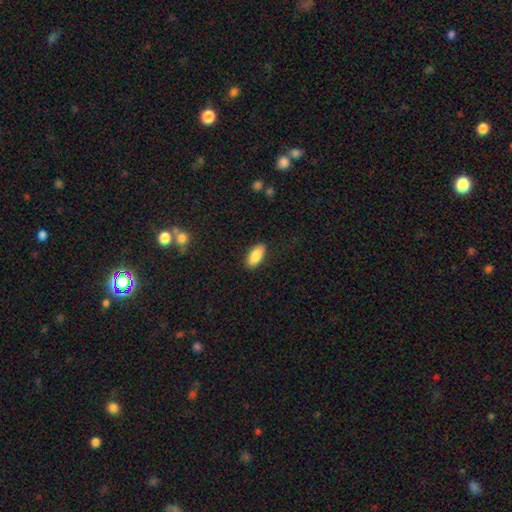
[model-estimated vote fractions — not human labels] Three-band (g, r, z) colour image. It shows a smooth galaxy with no disk features (87%) that is in between round and cigar-shaped (89%). Merging: none (88%).